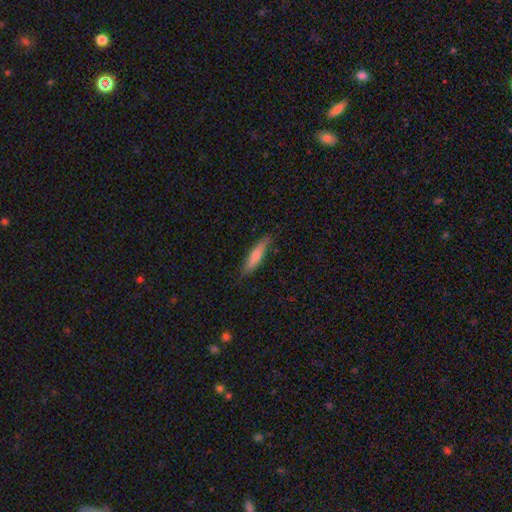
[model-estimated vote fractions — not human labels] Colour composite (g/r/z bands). It shows a smooth galaxy with no disk features (75%) that is cigar-shaped (76%). Merging: none (80%).